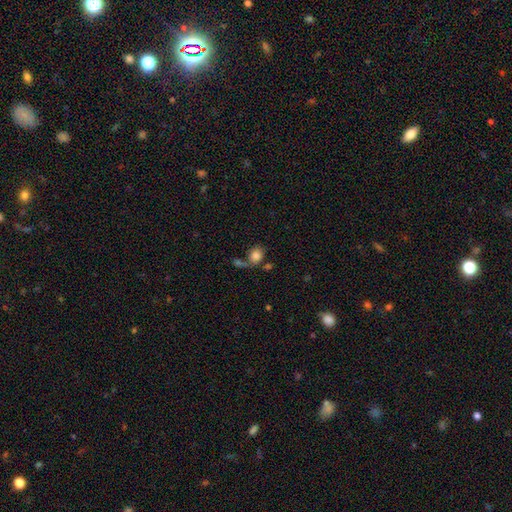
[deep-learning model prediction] A smooth galaxy with no disk features (82%) that is round (63%). Merging: none (43%).